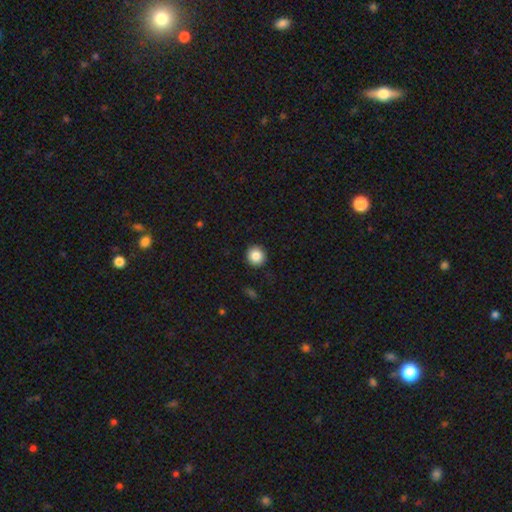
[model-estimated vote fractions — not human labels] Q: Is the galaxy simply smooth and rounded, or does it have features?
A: smooth — 86%.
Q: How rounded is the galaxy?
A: round — 94%.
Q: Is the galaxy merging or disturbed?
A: none — 92%.